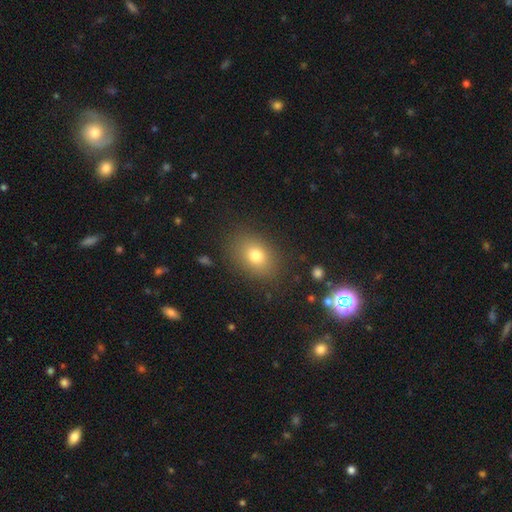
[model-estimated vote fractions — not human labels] Morphology: type=smooth (77%); roundness=in between (68%); merging=none (85%).